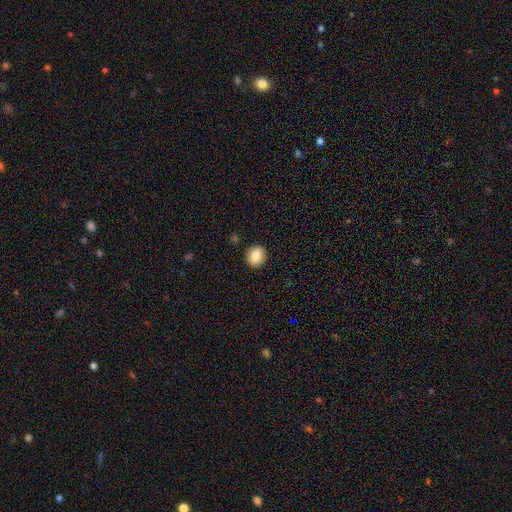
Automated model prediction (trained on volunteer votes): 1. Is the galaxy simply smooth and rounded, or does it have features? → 86% smooth, 8% star or artifact, 6% featured or disk.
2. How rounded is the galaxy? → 62% round, 37% in between, 1% cigar-shaped.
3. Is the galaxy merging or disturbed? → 90% none, 7% minor disturbance, 2% major disturbance, 1% merger.